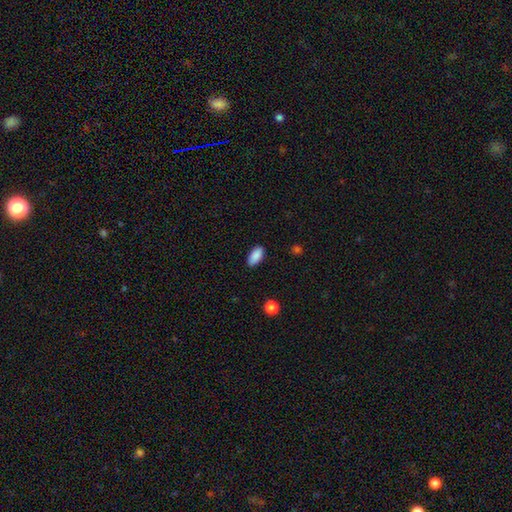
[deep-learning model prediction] smooth-or-featured: smooth: 89% | star or artifact: 7% | featured or disk: 4%
  how-rounded: in between: 91% | cigar-shaped: 7% | round: 2%
  merging: none: 86% | minor disturbance: 11% | major disturbance: 2% | merger: 1%